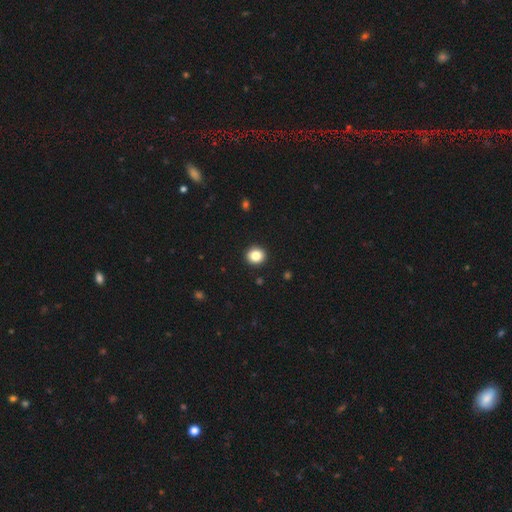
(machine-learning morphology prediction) Smooth or featured? smooth (85%)
How rounded? round (87%)
Merging? none (93%)